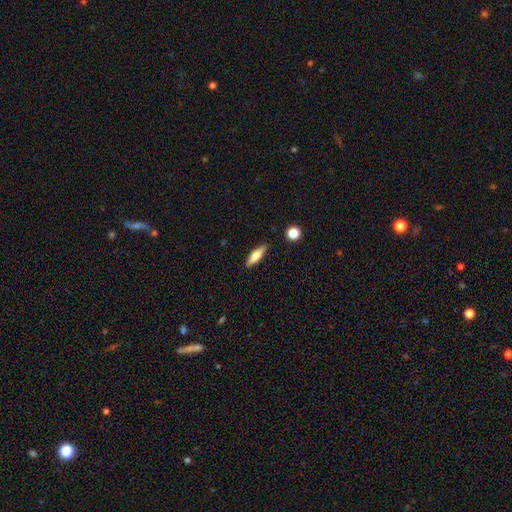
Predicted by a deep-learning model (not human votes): Smooth or featured? Predicted: smooth (p=0.57). How rounded? Predicted: cigar-shaped (p=0.59). Merging? Predicted: none (p=0.88).